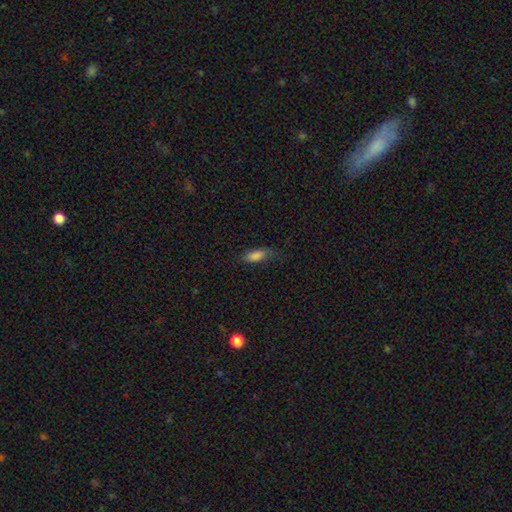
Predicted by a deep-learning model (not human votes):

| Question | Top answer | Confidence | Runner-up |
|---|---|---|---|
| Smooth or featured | smooth | 81% | star or artifact (10%) |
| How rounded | in between | 72% | cigar-shaped (25%) |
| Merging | none | 62% | minor disturbance (27%) |